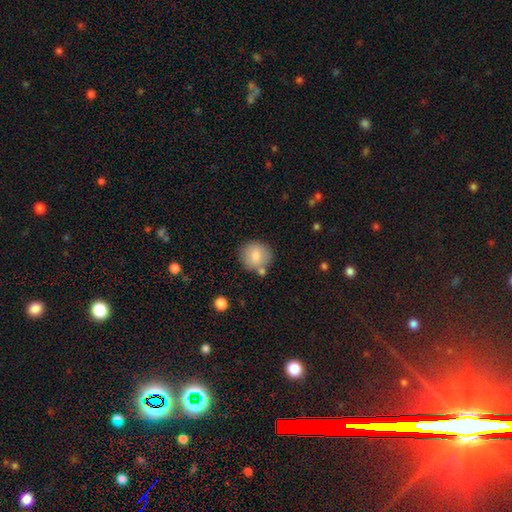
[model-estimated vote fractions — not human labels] This appears to be a smooth galaxy with no disk features (79%) that is round (90%). Merging: none (76%).